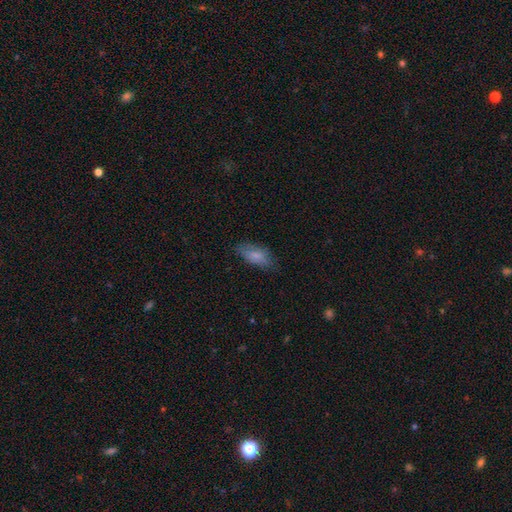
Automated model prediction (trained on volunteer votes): Smooth or featured? Predicted: smooth (p=0.79). How rounded? Predicted: in between (p=0.85). Merging? Predicted: none (p=0.74).